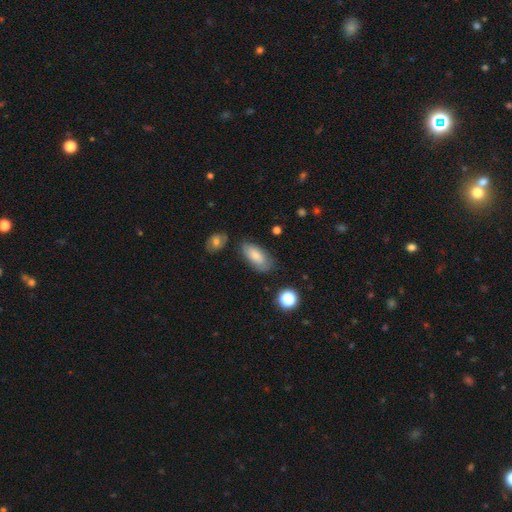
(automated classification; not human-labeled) Smooth or featured?
  - smooth: 74% *
  - featured or disk: 18%
  - star or artifact: 8%
How rounded?
  - in between: 91% *
  - cigar-shaped: 6%
  - round: 3%
Merging?
  - none: 68% *
  - minor disturbance: 22%
  - major disturbance: 6%
  - merger: 4%